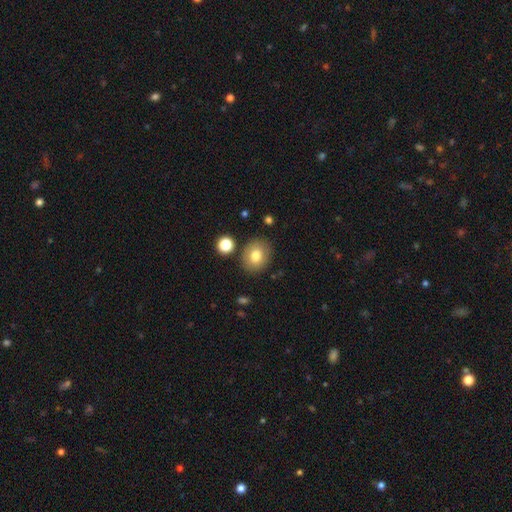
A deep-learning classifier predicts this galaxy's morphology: smooth 78%, featured or disk 13%, star or artifact 9%. Down the decision tree: how rounded — round (55%); merging — none (83%).